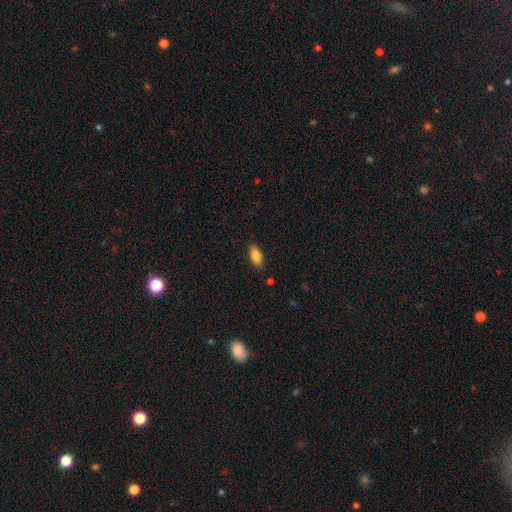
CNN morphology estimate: This is clearly a smooth galaxy (85%). How rounded: clearly in between (85%). Merging: clearly none (86%).